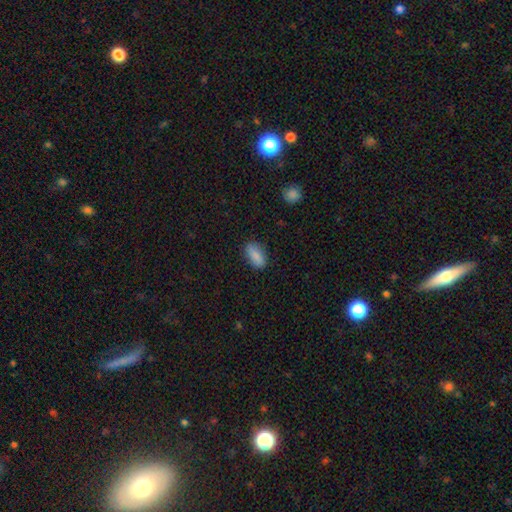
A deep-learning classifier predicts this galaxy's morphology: Q: Smooth or featured?
A: smooth (86%); runner-up: star or artifact (7%)
Q: How rounded?
A: in between (90%); runner-up: cigar-shaped (6%)
Q: Merging?
A: none (82%); runner-up: minor disturbance (14%)